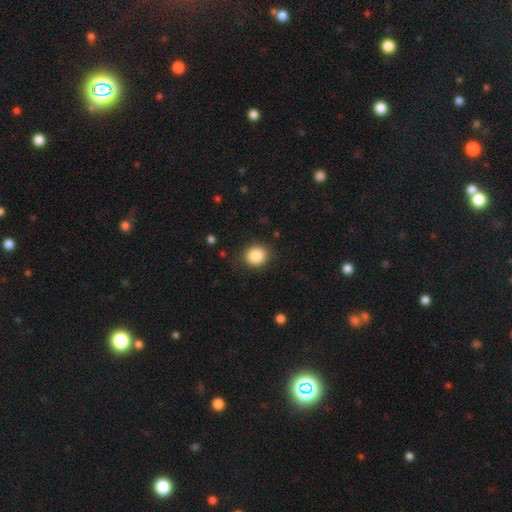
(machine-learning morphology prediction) Overall: smooth (87%). How rounded: round (82%). Merging: none (87%).